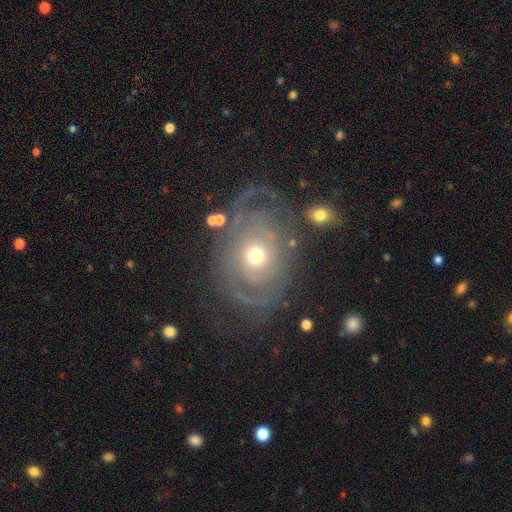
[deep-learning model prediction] smooth-or-featured: featured or disk: 72% | smooth: 20% | star or artifact: 8%
  disk-edge-on: no: 96% | yes: 4%
    bar: no: 85% | weak: 11% | strong: 3%
    has-spiral-arms: yes: 74% | no: 26%
      spiral-winding: tight: 54% | medium: 29% | loose: 17%
      spiral-arm-count: 2: 35% | can't tell: 33% | 3: 10% | 1: 10% | 4: 6% | more than 4: 6%
    bulge-size: moderate: 55% | small: 37% | large: 5% | dominant: 2% | none: 1%
  merging: none: 58% | major disturbance: 20% | minor disturbance: 17% | merger: 4%